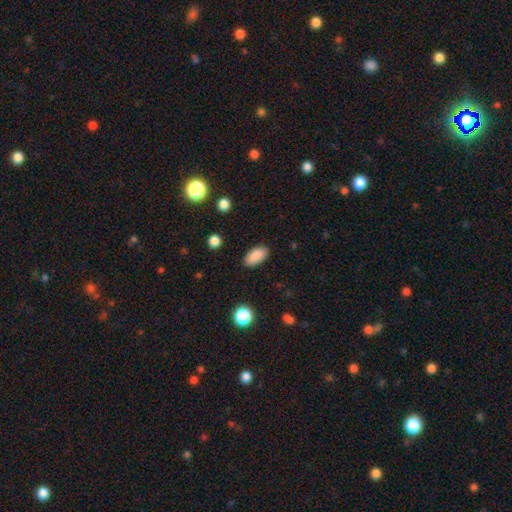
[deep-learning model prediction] Smooth or featured?
  - smooth: 89% *
  - star or artifact: 7%
  - featured or disk: 4%
How rounded?
  - in between: 92% *
  - cigar-shaped: 5%
  - round: 3%
Merging?
  - none: 88% *
  - minor disturbance: 9%
  - major disturbance: 2%
  - merger: 1%